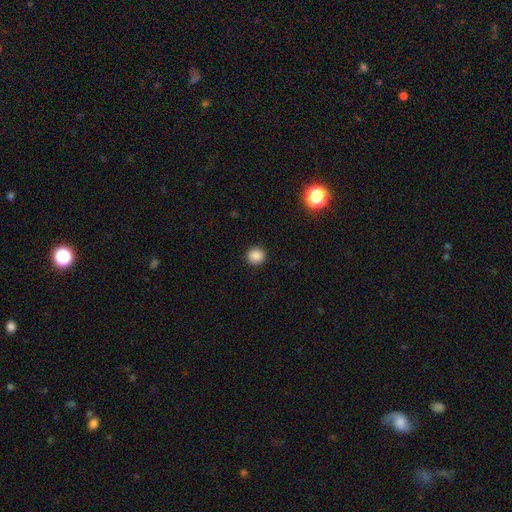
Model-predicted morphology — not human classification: Smooth or featured?
  - smooth: 87% *
  - star or artifact: 10%
  - featured or disk: 3%
How rounded?
  - round: 88% *
  - in between: 11%
  - cigar-shaped: 1%
Merging?
  - none: 92% *
  - minor disturbance: 5%
  - major disturbance: 2%
  - merger: 1%